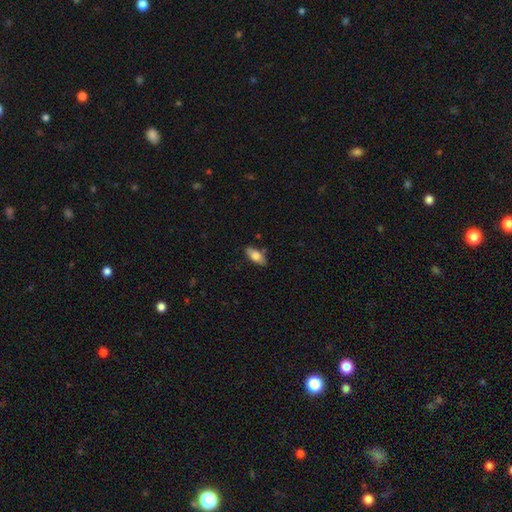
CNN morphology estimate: A smooth galaxy with no disk features (76%) that is in between round and cigar-shaped (86%).

Vote fractions:
- Smooth or featured? smooth: 76% / featured or disk: 18% / star or artifact: 6%
- How rounded? in between: 86% / cigar-shaped: 11% / round: 3%
- Merging? none: 83% / minor disturbance: 12% / merger: 3% / major disturbance: 2%